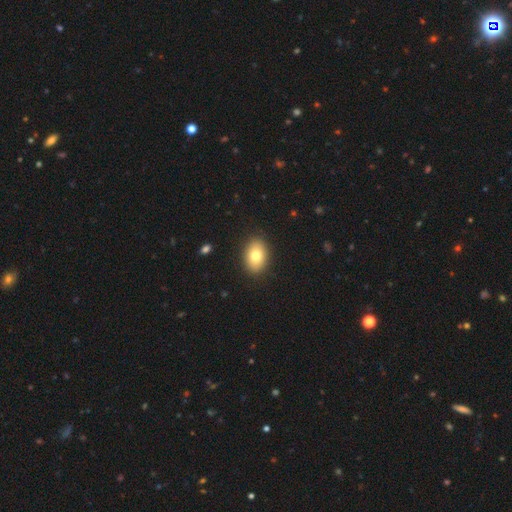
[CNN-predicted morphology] This appears to be a smooth galaxy with no disk features (79%) that is in between round and cigar-shaped (81%). Merging: none (89%).